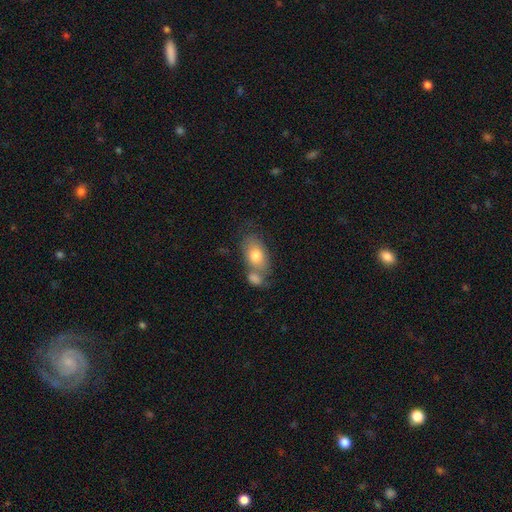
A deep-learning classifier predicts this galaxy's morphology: smooth-or-featured: smooth: 76% | featured or disk: 17% | star or artifact: 6%
  how-rounded: in between: 87% | round: 11% | cigar-shaped: 2%
  merging: none: 41% | merger: 39% | minor disturbance: 14% | major disturbance: 6%